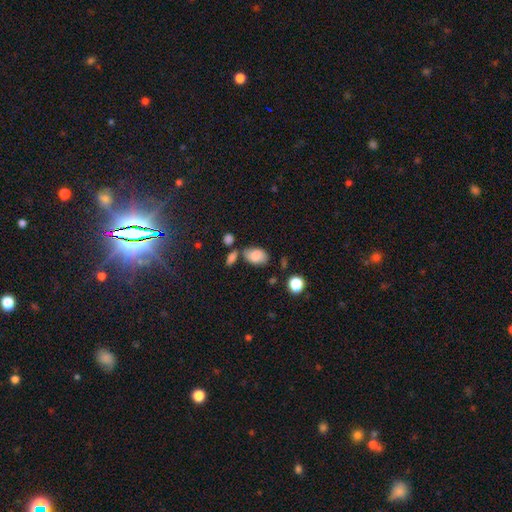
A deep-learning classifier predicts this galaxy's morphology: type=smooth (78%); roundness=in between (88%); merging=none (58%).